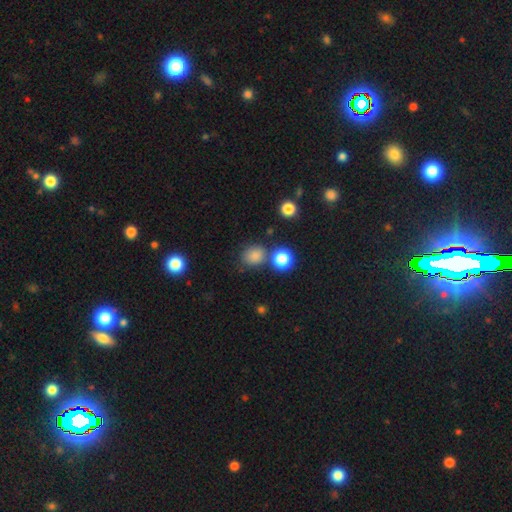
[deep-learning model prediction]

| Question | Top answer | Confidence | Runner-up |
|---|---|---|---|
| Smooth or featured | smooth | 79% | star or artifact (15%) |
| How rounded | round | 69% | in between (30%) |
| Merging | none | 69% | merger (14%) |